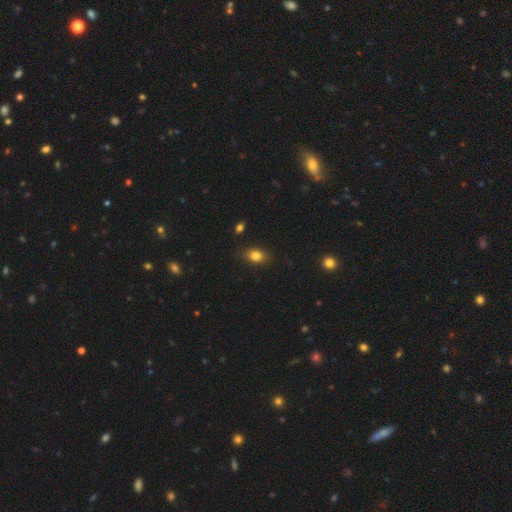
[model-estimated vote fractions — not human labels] smooth_or_featured: smooth (p=0.82) [alt: star or artifact p=0.11]
how_rounded: in between (p=0.73) [alt: round p=0.25]
merging: none (p=0.85) [alt: minor disturbance p=0.11]